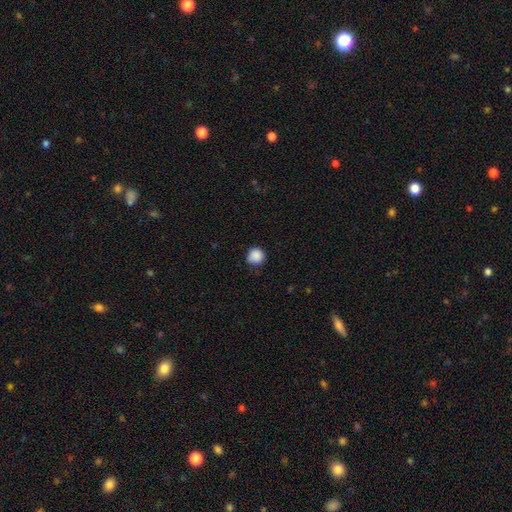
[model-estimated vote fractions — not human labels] Smooth or featured?
  - smooth: 88% *
  - star or artifact: 9%
  - featured or disk: 2%
How rounded?
  - round: 93% *
  - in between: 6%
  - cigar-shaped: 1%
Merging?
  - none: 85% *
  - minor disturbance: 11%
  - major disturbance: 2%
  - merger: 1%